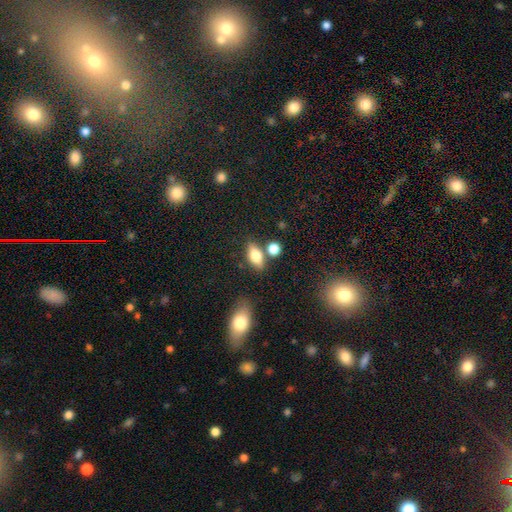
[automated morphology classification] Smooth or featured?
  - smooth: 73% *
  - featured or disk: 18%
  - star or artifact: 9%
How rounded?
  - in between: 79% *
  - cigar-shaped: 12%
  - round: 10%
Merging?
  - none: 71% *
  - minor disturbance: 13%
  - merger: 12%
  - major disturbance: 4%